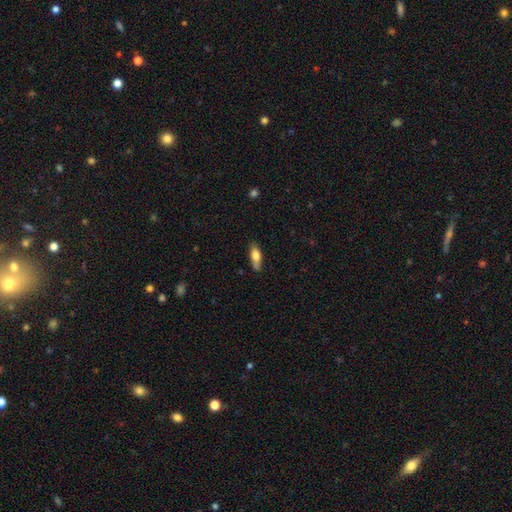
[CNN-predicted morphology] This appears to be a smooth galaxy with no disk features (70%) that is in between round and cigar-shaped (66%). Merging: none (76%).